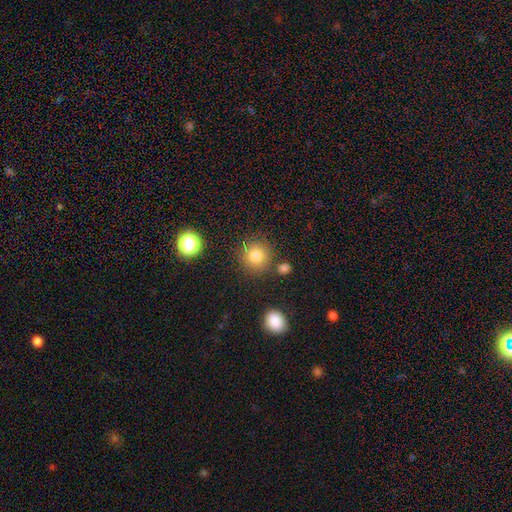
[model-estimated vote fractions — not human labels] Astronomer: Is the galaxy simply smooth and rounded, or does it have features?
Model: smooth — 78%.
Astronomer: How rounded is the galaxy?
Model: round — 92%.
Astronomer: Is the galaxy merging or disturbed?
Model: none — 82%.